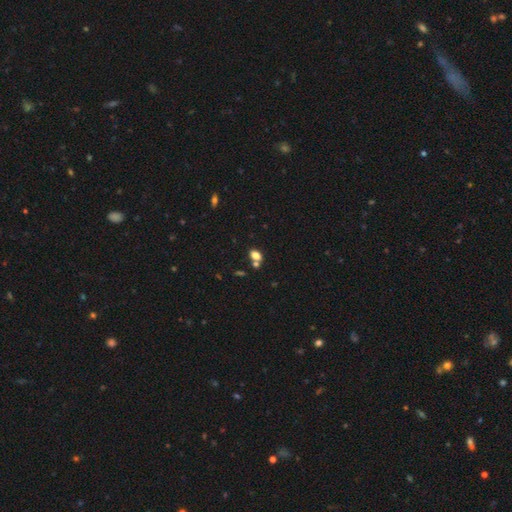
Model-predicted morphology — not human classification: This appears to be a smooth galaxy with no disk features (77%) that is in between round and cigar-shaped (76%). Merging: none (55%).